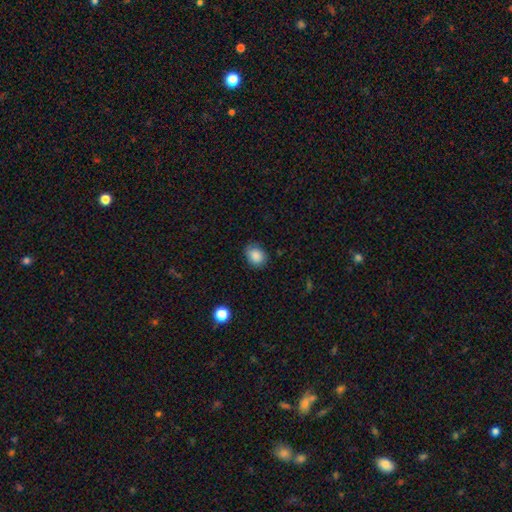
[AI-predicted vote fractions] The model was most divided on "how rounded": in between: 51%, round: 48%, cigar-shaped: 1%. More confident: smooth or featured — smooth (87%); merging — none (76%).